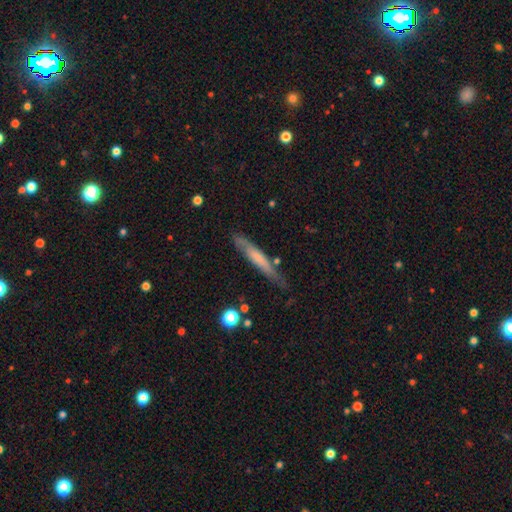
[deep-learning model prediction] Morphology: type=featured or disk (48%); merging=none (74%).